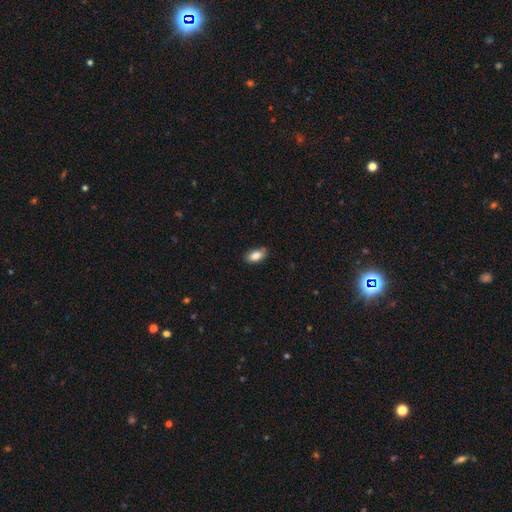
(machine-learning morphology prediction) This appears to be a smooth galaxy with no disk features (84%) that is in between round and cigar-shaped (91%). Merging: none (82%).